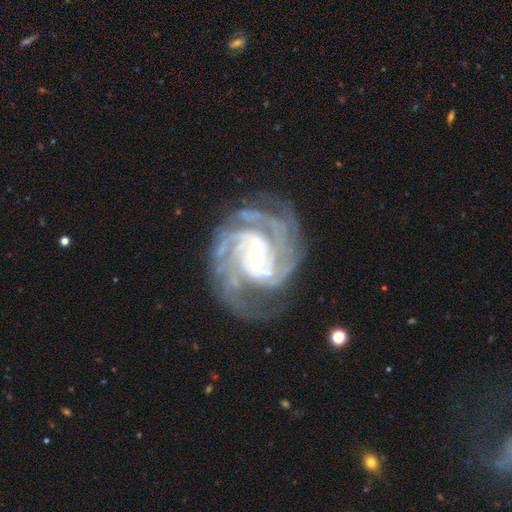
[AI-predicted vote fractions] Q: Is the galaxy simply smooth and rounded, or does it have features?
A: featured or disk — 93%.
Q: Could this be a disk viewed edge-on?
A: no — 98%.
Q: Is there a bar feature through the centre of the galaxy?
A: weak — 41%.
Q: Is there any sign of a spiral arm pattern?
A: yes — 99%.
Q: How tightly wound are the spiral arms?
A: tight — 61%.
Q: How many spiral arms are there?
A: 4 — 27%.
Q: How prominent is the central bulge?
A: small — 65%.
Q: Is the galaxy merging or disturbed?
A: none — 73%.